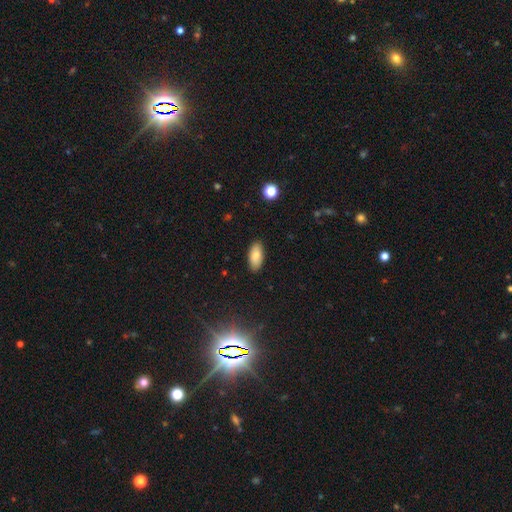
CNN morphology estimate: Smooth or featured: smooth — 82% (featured or disk — 10%)
How rounded: in between — 89% (cigar-shaped — 9%)
Merging: none — 88% (minor disturbance — 9%)